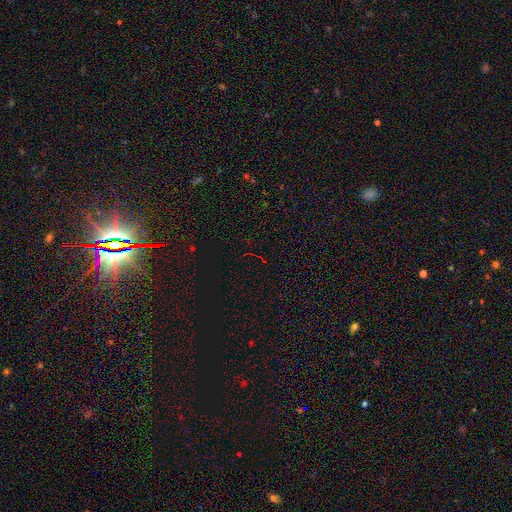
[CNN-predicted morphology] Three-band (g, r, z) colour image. It shows a star or artifact, not a galaxy (78%).